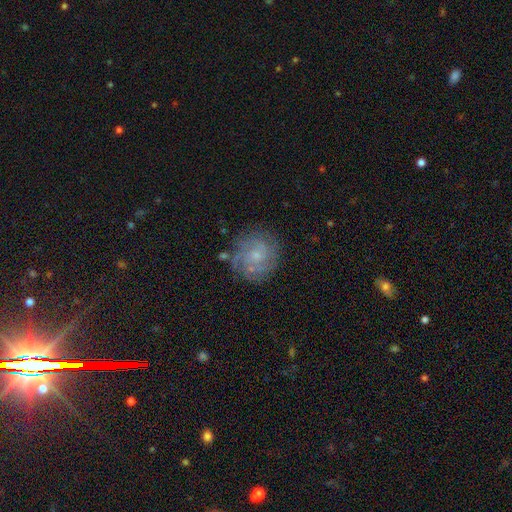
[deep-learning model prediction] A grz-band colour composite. It shows a featured or disk galaxy (72%) with no bar (74%), tight (66%) spiral arms (92%) and a small central bulge (68%). Merging: none (78%).